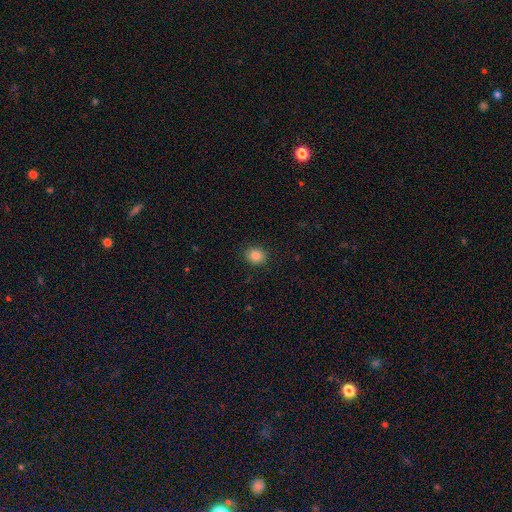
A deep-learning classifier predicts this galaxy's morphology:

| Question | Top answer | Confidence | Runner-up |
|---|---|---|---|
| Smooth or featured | smooth | 84% | star or artifact (10%) |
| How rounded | round | 73% | in between (26%) |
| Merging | none | 89% | minor disturbance (8%) |